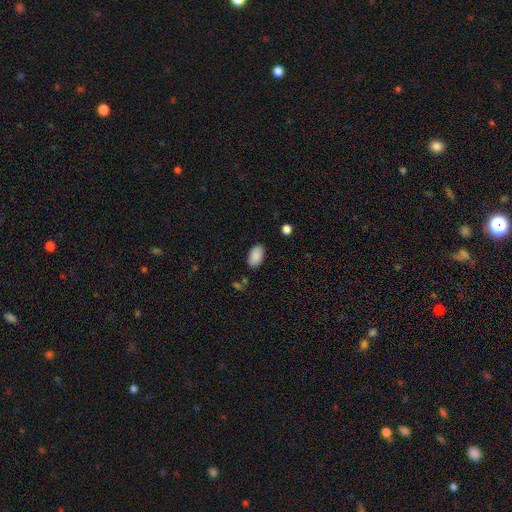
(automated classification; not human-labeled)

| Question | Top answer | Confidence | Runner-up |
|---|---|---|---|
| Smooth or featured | smooth | 89% | star or artifact (7%) |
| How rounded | in between | 95% | round (3%) |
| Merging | none | 84% | minor disturbance (11%) |